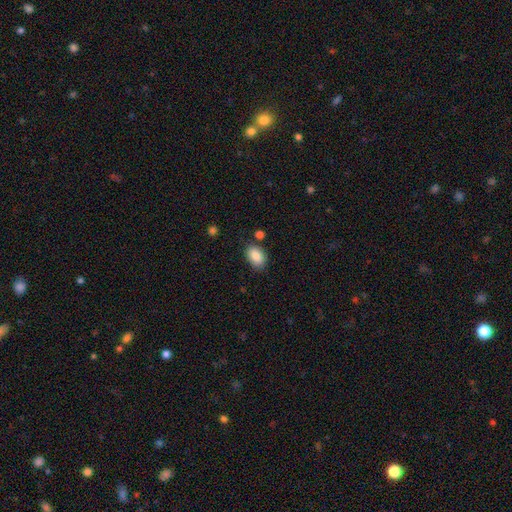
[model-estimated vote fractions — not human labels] Smooth or featured?
  - smooth: 87% *
  - star or artifact: 7%
  - featured or disk: 6%
How rounded?
  - in between: 87% *
  - round: 12%
  - cigar-shaped: 1%
Merging?
  - none: 80% *
  - minor disturbance: 13%
  - merger: 4%
  - major disturbance: 3%